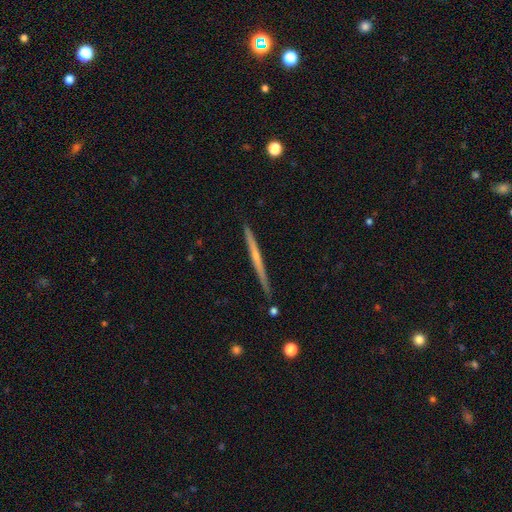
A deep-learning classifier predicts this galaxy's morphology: smooth-or-featured: featured or disk: 70% | smooth: 22% | star or artifact: 8%
  disk-edge-on: yes: 97% | no: 3%
    edge-on-bulge: rounded: 49% | none: 43% | boxy: 8%
  merging: none: 89% | minor disturbance: 8% | major disturbance: 2% | merger: 2%